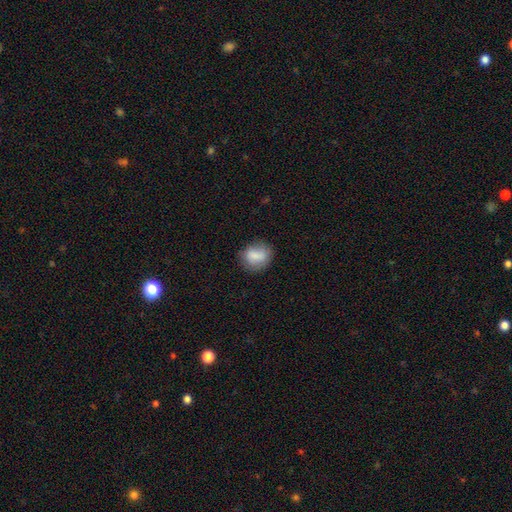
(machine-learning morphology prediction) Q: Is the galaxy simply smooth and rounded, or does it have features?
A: smooth — 80%.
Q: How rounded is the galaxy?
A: round — 60%.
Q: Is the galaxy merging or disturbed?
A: none — 74%.